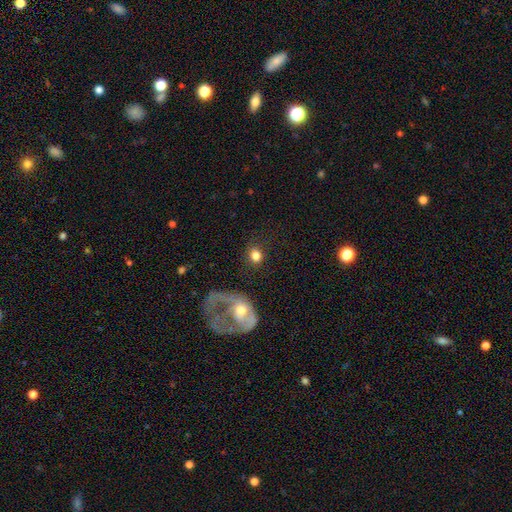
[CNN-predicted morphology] The model was most divided on "how rounded": round: 67%, in between: 31%, cigar-shaped: 1%. More confident: smooth or featured — smooth (79%); merging — none (76%).